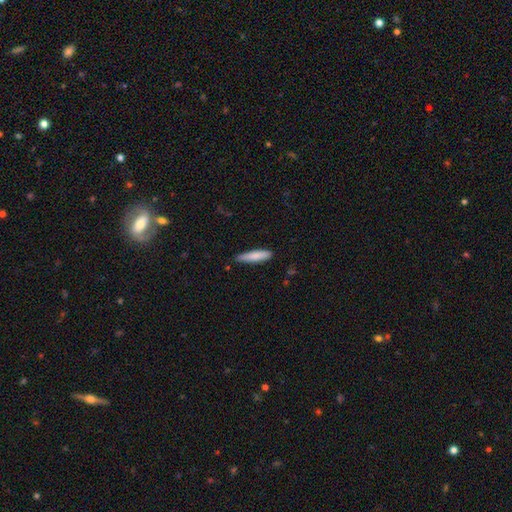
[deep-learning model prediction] Overall: smooth (81%). How rounded: cigar-shaped (81%). Merging: none (78%).